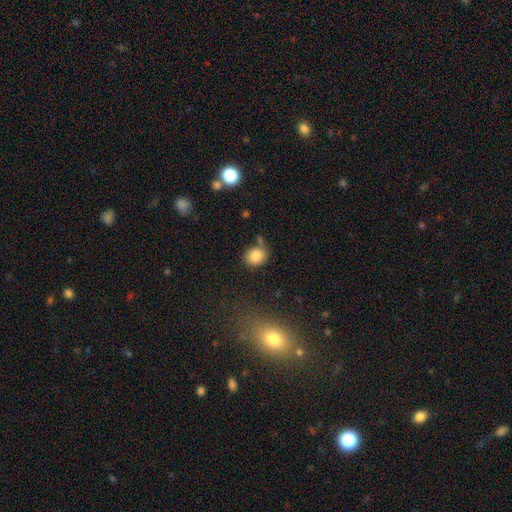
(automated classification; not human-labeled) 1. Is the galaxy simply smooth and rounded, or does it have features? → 84% smooth, 10% star or artifact, 6% featured or disk.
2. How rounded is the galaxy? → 72% round, 27% in between, 1% cigar-shaped.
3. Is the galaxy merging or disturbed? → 63% none, 18% minor disturbance, 13% merger, 6% major disturbance.